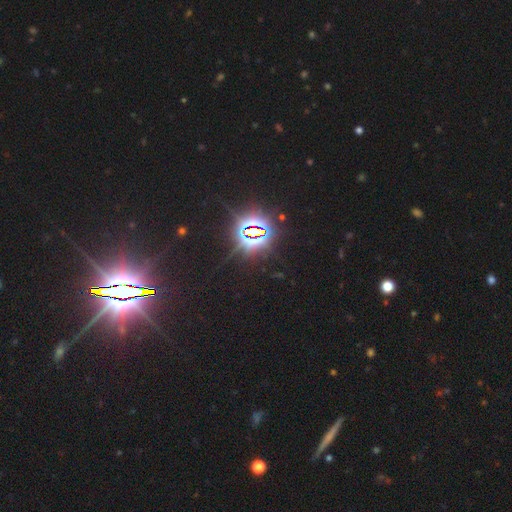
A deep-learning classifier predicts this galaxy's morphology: This appears to be a star or artifact, not a galaxy (86%).